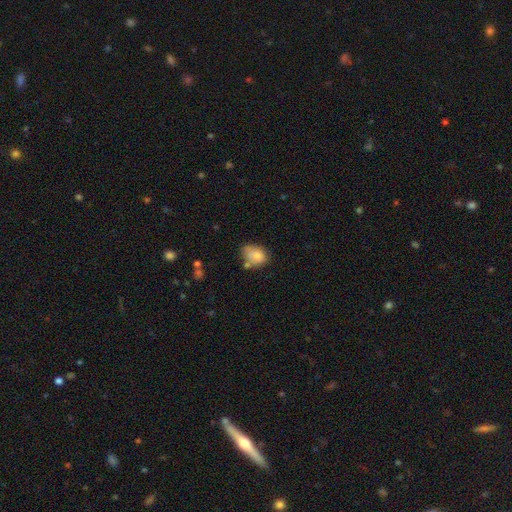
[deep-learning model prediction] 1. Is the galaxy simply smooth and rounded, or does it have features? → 79% smooth, 12% featured or disk, 8% star or artifact.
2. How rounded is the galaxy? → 74% in between, 25% round, 1% cigar-shaped.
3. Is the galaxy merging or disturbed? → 45% none, 30% minor disturbance, 15% merger, 10% major disturbance.